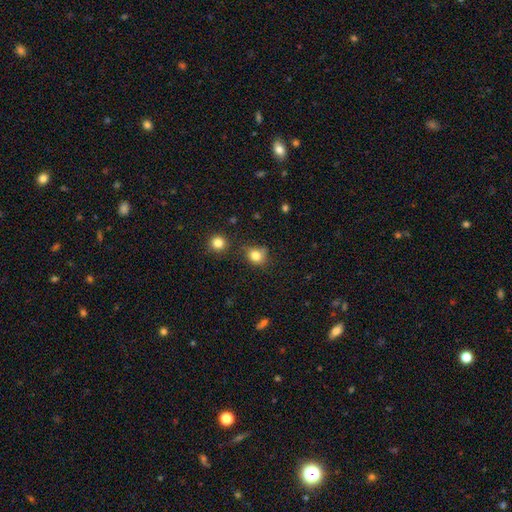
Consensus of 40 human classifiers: Volunteers were most divided on "merging": none: 63%, minor disturbance: 29%, major disturbance: 6%, merger: 3%. More confident: how rounded — round (85%); smooth or featured — smooth (85%).